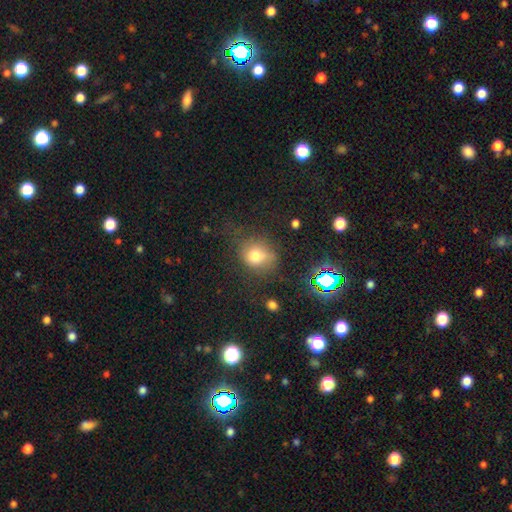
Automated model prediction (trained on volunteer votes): Smooth or featured: smooth — 72% (star or artifact — 16%)
How rounded: round — 64% (in between — 35%)
Merging: none — 60% (minor disturbance — 23%)